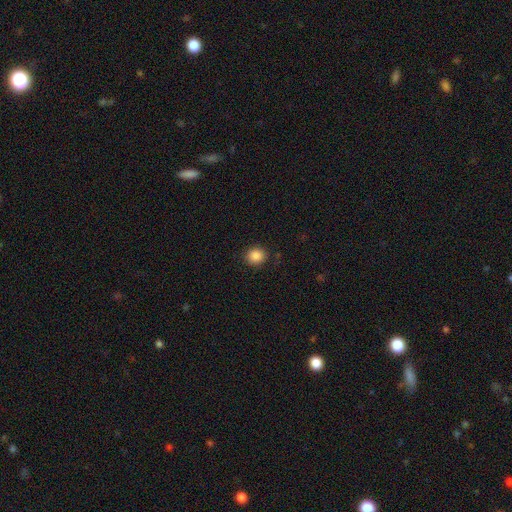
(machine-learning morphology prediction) type=smooth (87%); roundness=round (77%); merging=none (86%).